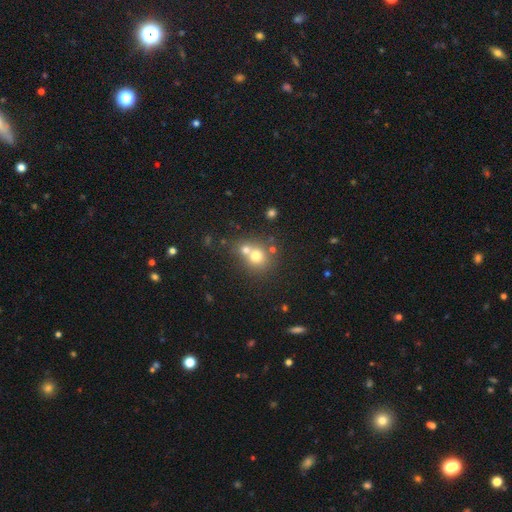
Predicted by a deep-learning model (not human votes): Smooth or featured? Predicted: smooth (p=0.69). How rounded? Predicted: round (p=0.81). Merging? Predicted: merger (p=0.53).